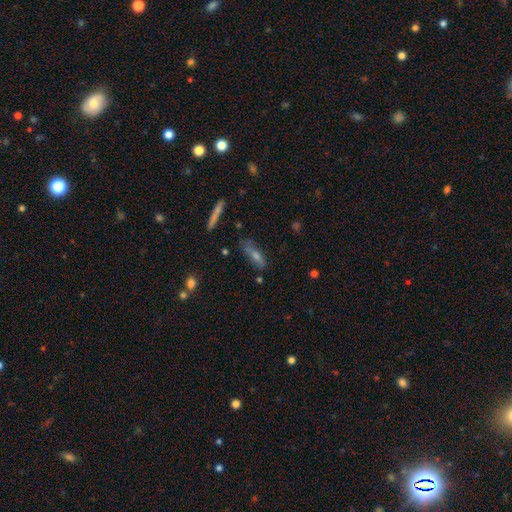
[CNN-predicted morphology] A smooth galaxy with no disk features (48%). Merging: none (66%).